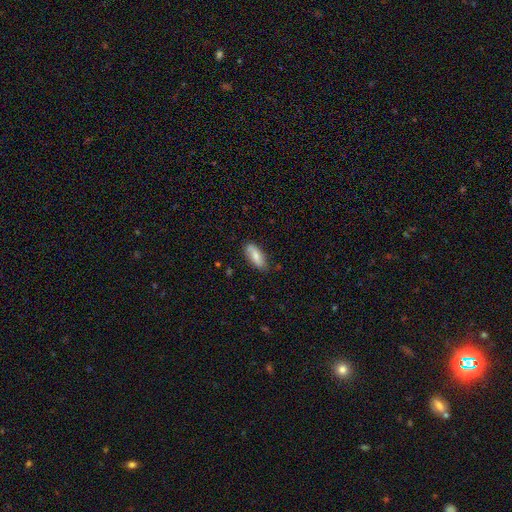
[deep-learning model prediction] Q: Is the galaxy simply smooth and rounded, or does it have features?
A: smooth — 72%.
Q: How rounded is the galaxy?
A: in between — 79%.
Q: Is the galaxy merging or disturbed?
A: none — 81%.